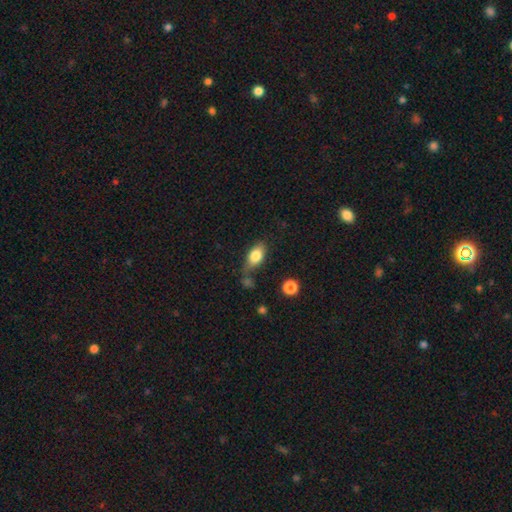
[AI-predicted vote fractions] smooth-or-featured: smooth: 79% | featured or disk: 13% | star or artifact: 8%
  how-rounded: in between: 87% | round: 8% | cigar-shaped: 5%
  merging: none: 61% | minor disturbance: 22% | merger: 10% | major disturbance: 7%